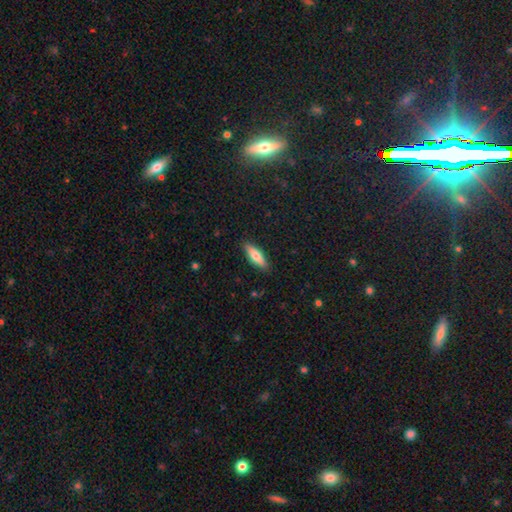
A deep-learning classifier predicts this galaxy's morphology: Smooth or featured?
  - smooth: 69% *
  - featured or disk: 25%
  - star or artifact: 6%
How rounded?
  - cigar-shaped: 52% *
  - in between: 46%
  - round: 2%
Merging?
  - none: 88% *
  - minor disturbance: 9%
  - major disturbance: 2%
  - merger: 1%